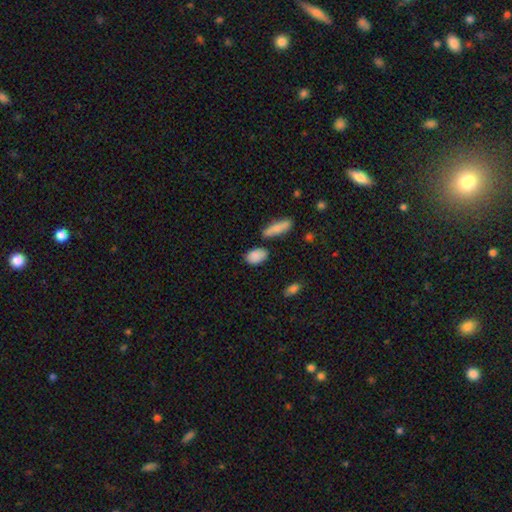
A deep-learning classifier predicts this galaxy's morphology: This is clearly a smooth galaxy (86%). How rounded: clearly in between (88%). Merging: likely none (75%).